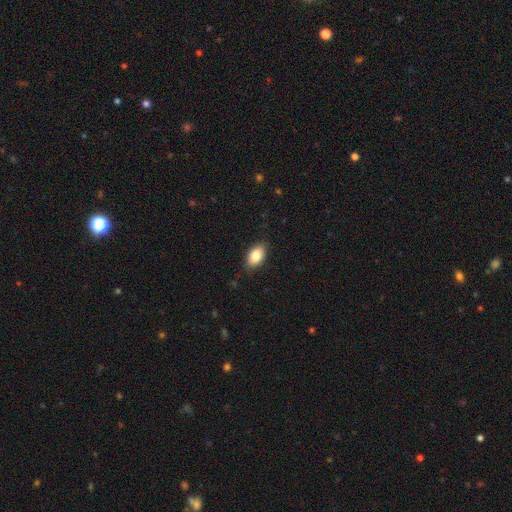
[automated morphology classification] smooth-or-featured: smooth: 85% | featured or disk: 8% | star or artifact: 7%
  how-rounded: in between: 91% | round: 7% | cigar-shaped: 2%
  merging: none: 86% | minor disturbance: 11% | major disturbance: 2% | merger: 1%